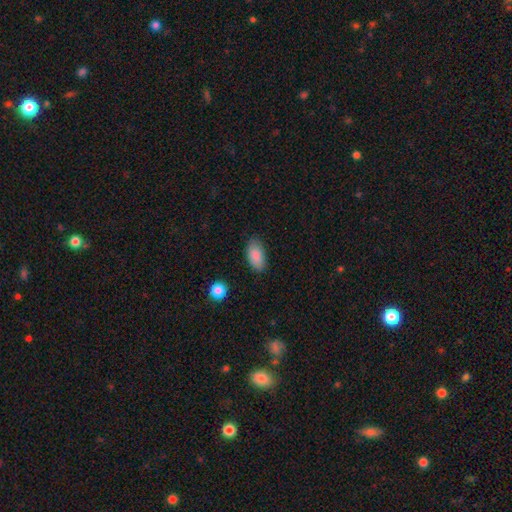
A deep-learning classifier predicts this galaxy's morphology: type=smooth (87%); roundness=in between (93%); merging=none (80%).